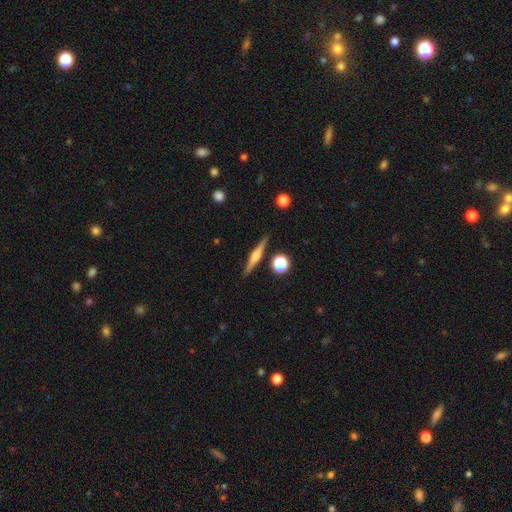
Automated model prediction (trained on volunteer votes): Morphology: type=featured or disk (64%); edge-on=yes (97%); edge-on bulge=rounded (77%); merging=none (88%).